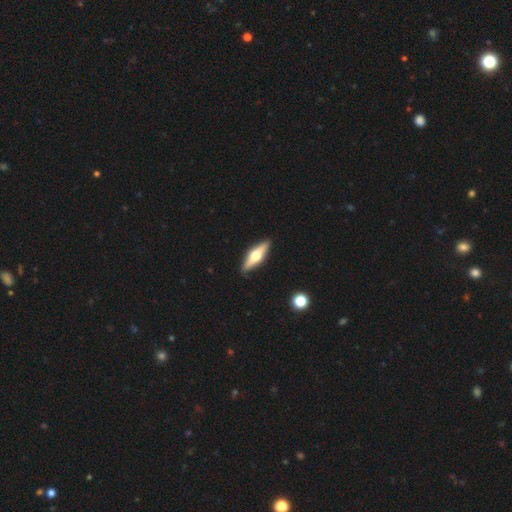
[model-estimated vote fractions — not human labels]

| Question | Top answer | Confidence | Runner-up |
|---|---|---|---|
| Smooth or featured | featured or disk | 64% | smooth (31%) |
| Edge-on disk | yes | 95% | no (5%) |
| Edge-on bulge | rounded | 95% | boxy (4%) |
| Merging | none | 89% | minor disturbance (8%) |